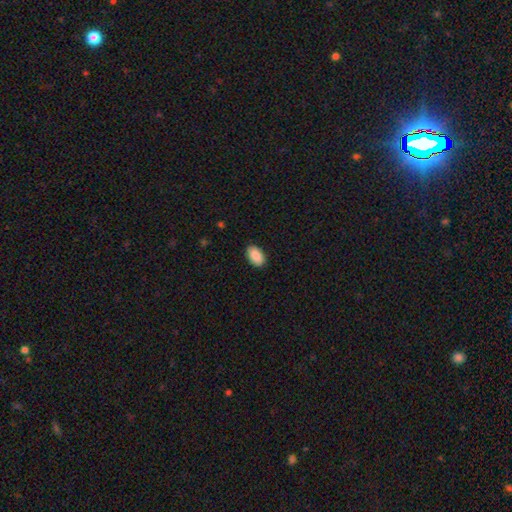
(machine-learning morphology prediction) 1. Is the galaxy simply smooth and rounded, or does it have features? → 91% smooth, 6% star or artifact, 3% featured or disk.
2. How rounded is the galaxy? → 94% in between, 5% round, 1% cigar-shaped.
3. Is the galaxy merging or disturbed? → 89% none, 8% minor disturbance, 2% major disturbance, 1% merger.